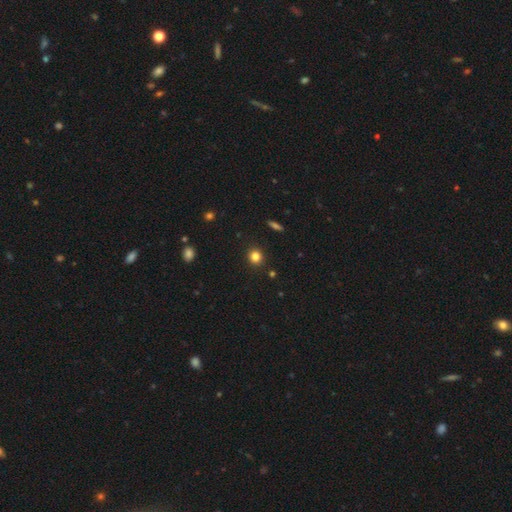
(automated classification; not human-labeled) Morphology: type=smooth (82%); roundness=round (87%); merging=none (91%).